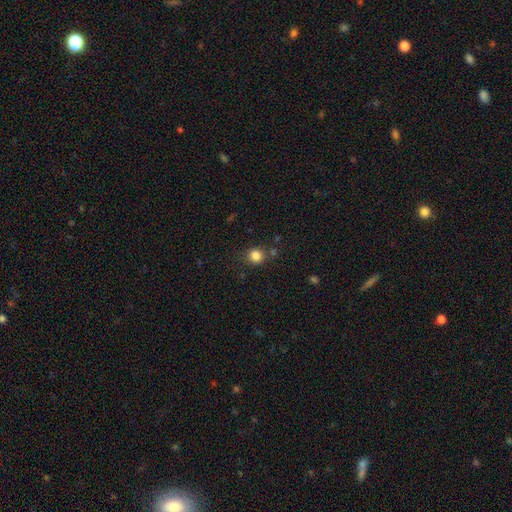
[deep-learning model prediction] A smooth galaxy with no disk features (83%) that is round (85%). Merging: none (78%).